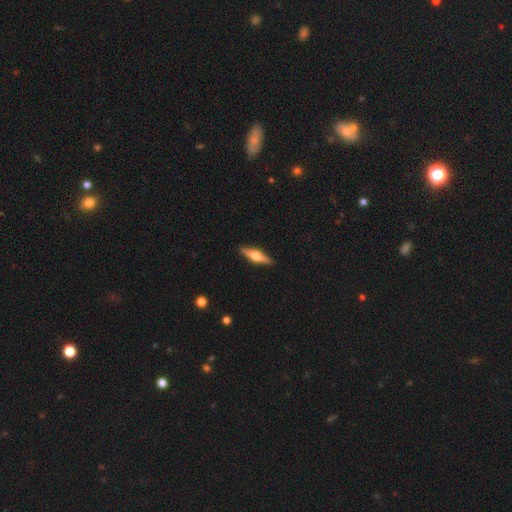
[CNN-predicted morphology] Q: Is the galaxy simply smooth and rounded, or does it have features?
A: featured or disk — 62%.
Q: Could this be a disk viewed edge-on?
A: yes — 96%.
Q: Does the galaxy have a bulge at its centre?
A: rounded — 91%.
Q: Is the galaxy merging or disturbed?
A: none — 90%.